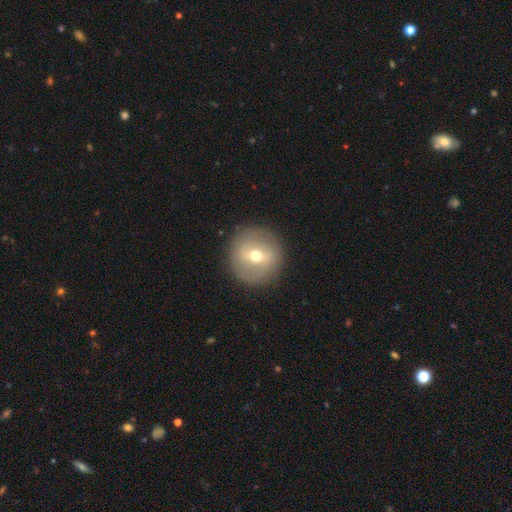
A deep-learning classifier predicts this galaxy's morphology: Overall: featured or disk (51%; smooth 41%). Edge-on disk: no (92%). Merging: none (88%).